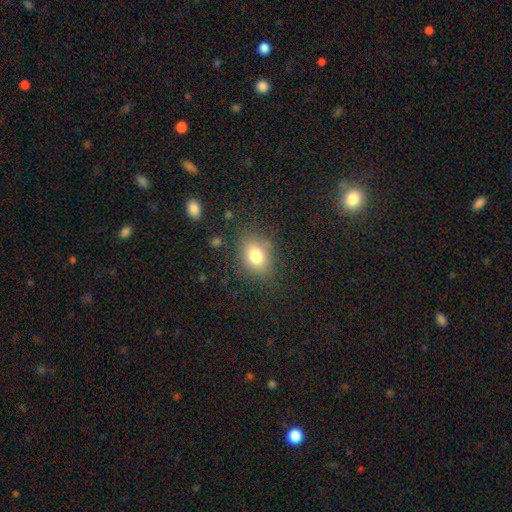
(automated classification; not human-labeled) Smooth or featured: smooth — 78% (featured or disk — 11%)
How rounded: in between — 67% (round — 32%)
Merging: none — 78% (minor disturbance — 15%)